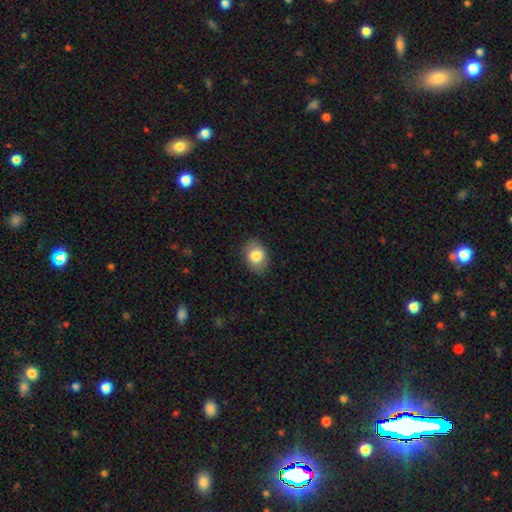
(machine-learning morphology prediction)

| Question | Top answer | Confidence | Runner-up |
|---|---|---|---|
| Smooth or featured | smooth | 83% | featured or disk (10%) |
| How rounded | in between | 71% | round (28%) |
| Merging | none | 84% | minor disturbance (12%) |